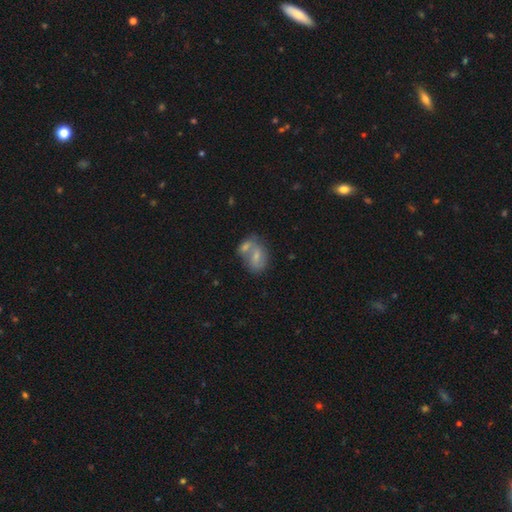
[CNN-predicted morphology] Q: Smooth or featured?
A: smooth (55%); runner-up: featured or disk (35%)
Q: How rounded?
A: in between (74%); runner-up: round (23%)
Q: Merging?
A: merger (54%); runner-up: none (28%)